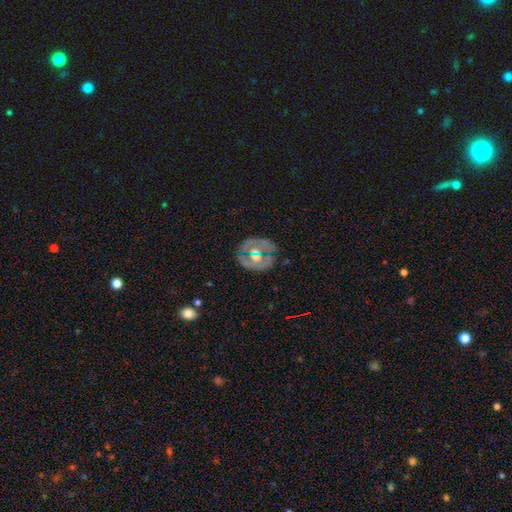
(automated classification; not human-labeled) Morphology: type=featured or disk (62%); edge-on=no (96%); bar=no (70%); spiral arms=no (56%); bulge=moderate (62%); merging=none (67%).